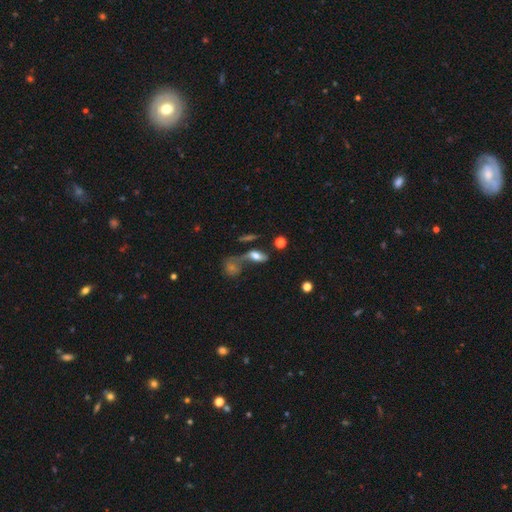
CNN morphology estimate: This appears to be a smooth galaxy with no disk features (56%) that is in between round and cigar-shaped (68%). Merging: none (42%).